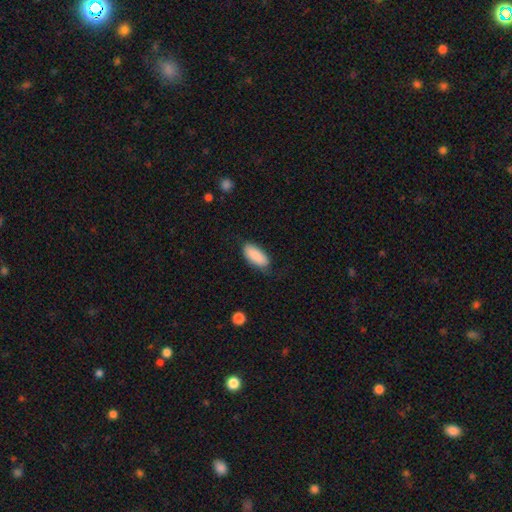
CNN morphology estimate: A smooth galaxy with no disk features (89%) that is in between round and cigar-shaped (88%). Merging: none (74%).